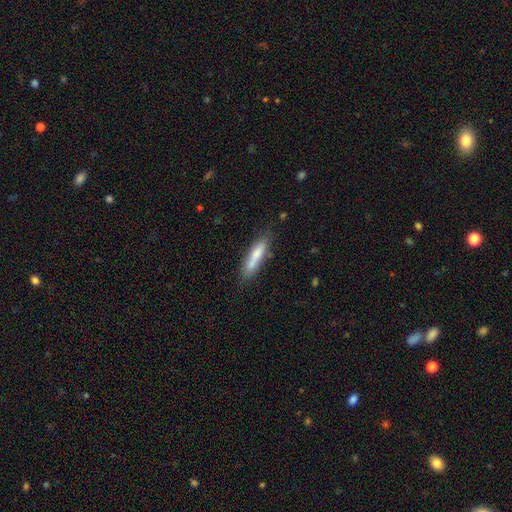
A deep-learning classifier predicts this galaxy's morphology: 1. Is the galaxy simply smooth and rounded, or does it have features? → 73% smooth, 20% featured or disk, 6% star or artifact.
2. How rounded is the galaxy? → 83% cigar-shaped, 15% in between, 1% round.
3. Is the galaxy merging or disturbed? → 75% none, 17% minor disturbance, 4% merger, 4% major disturbance.